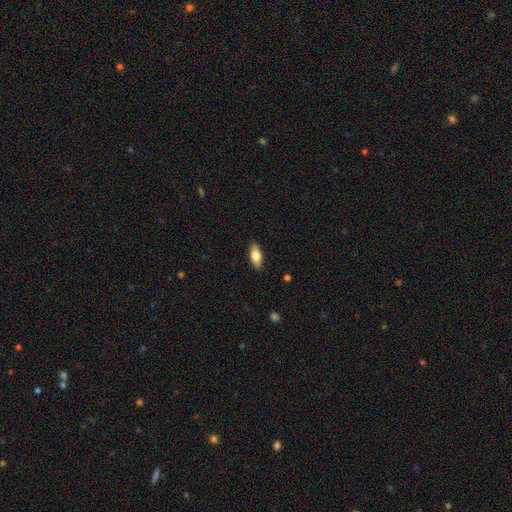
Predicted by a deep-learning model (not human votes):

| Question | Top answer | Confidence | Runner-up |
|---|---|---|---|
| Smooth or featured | smooth | 75% | featured or disk (19%) |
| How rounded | in between | 81% | cigar-shaped (17%) |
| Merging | none | 89% | minor disturbance (8%) |